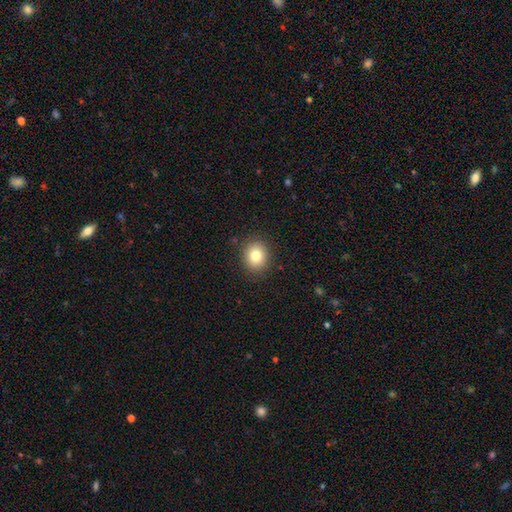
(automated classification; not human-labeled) Overall: smooth (81%). How rounded: round (74%). Merging: none (89%).